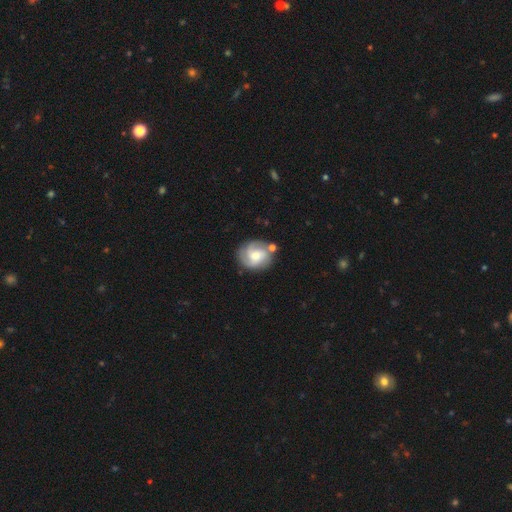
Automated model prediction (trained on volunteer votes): Smooth or featured? featured or disk (67%)
Edge-on disk? no (98%)
Bar? no (59%)
Spiral arms? yes (91%)
Spiral winding? medium (42%, tied with tight)
Spiral arm count? 3 (44%)
Bulge size? moderate (54%)
Merging? none (69%)